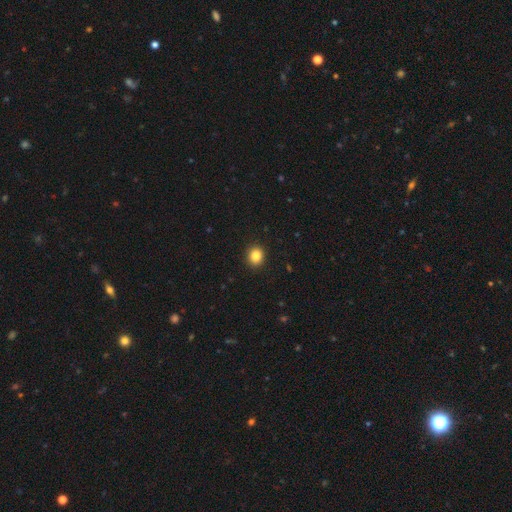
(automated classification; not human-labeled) The model was most divided on "how rounded": round: 77%, in between: 22%, cigar-shaped: 1%. More confident: merging — none (92%); smooth or featured — smooth (85%).